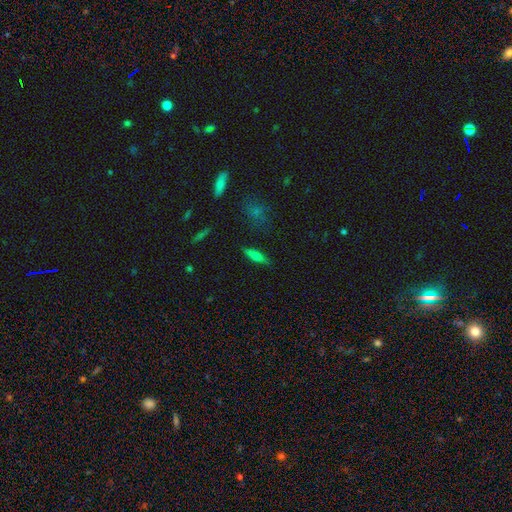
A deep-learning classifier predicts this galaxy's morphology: Smooth or featured? smooth (61%)
How rounded? cigar-shaped (61%)
Merging? none (83%)